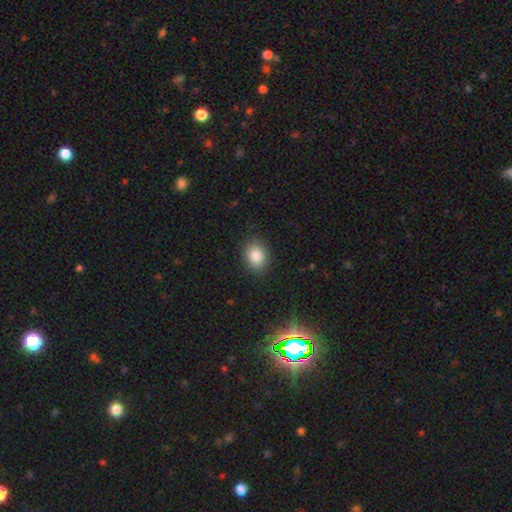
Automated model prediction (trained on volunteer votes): A smooth galaxy with no disk features (85%) that is in between round and cigar-shaped (60%). Merging: none (87%).